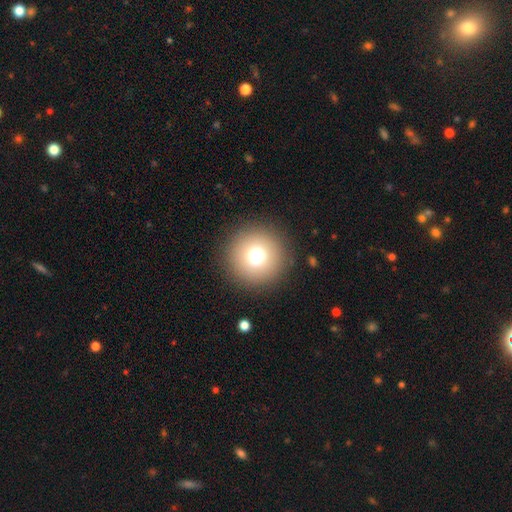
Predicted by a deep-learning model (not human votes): Smooth or featured? Predicted: smooth (p=0.76). How rounded? Predicted: round (p=0.97). Merging? Predicted: none (p=0.90).